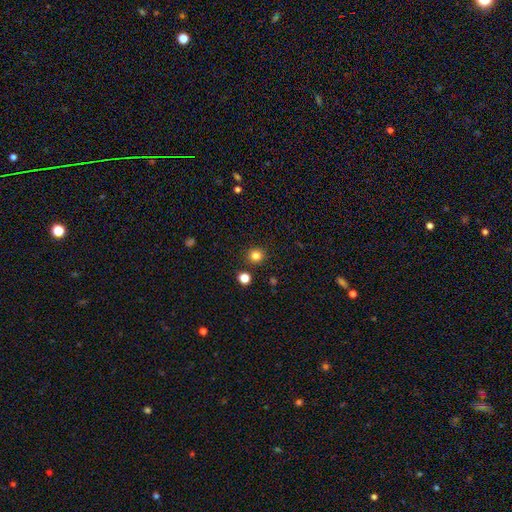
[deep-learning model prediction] smooth-or-featured: smooth: 82% | star or artifact: 14% | featured or disk: 5%
  how-rounded: round: 92% | in between: 7% | cigar-shaped: 1%
  merging: none: 89% | minor disturbance: 6% | merger: 3% | major disturbance: 2%